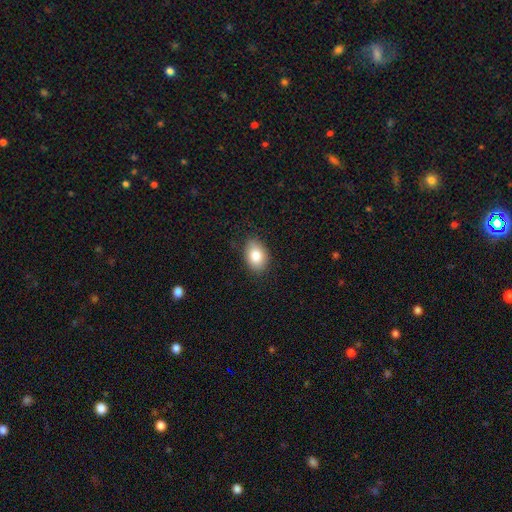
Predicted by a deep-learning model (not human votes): smooth_or_featured: smooth (p=0.84) [alt: featured or disk p=0.08]
how_rounded: in between (p=0.82) [alt: round p=0.17]
merging: none (p=0.84) [alt: minor disturbance p=0.12]